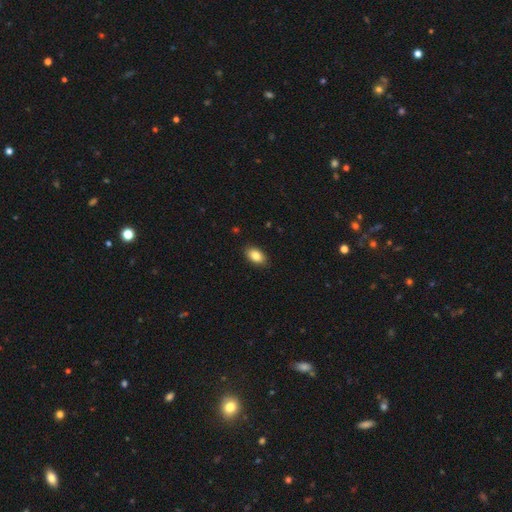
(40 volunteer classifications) Q: Smooth or featured?
A: smooth (80%); runner-up: star or artifact (12%)
Q: How rounded?
A: in between (94%); runner-up: round (6%)
Q: Merging?
A: none (100%)